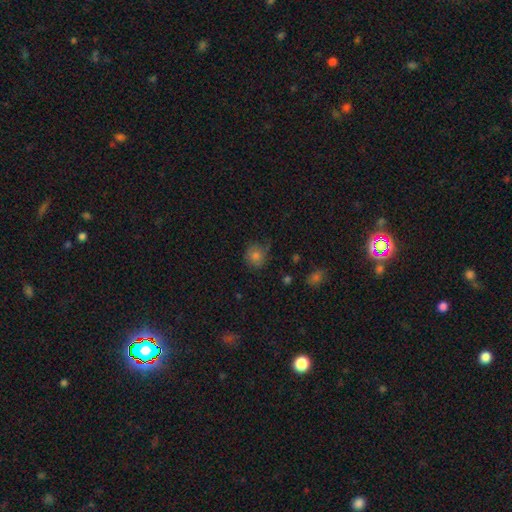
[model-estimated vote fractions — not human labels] Morphology: type=smooth (73%); roundness=round (84%); merging=none (68%).